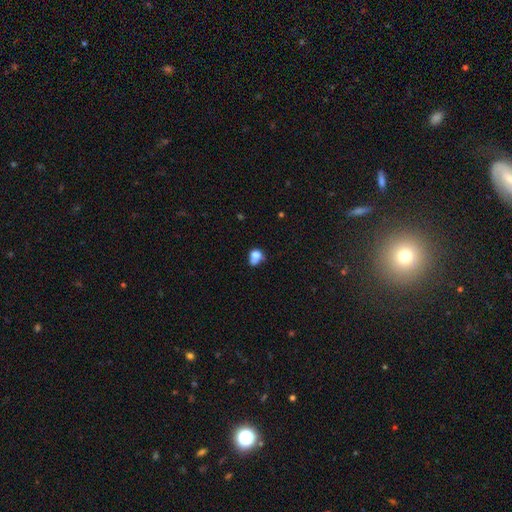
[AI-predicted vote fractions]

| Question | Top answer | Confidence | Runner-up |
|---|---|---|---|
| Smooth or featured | smooth | 73% | featured or disk (15%) |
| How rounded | in between | 52% | round (46%) |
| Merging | none | 32% | merger (28%) |